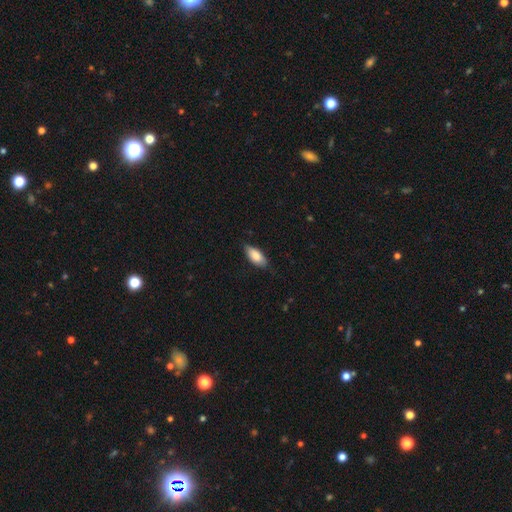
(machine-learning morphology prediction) A smooth galaxy with no disk features (83%) that is in between round and cigar-shaped (87%).

Vote fractions:
- Smooth or featured? smooth: 83% / featured or disk: 11% / star or artifact: 6%
- How rounded? in between: 87% / cigar-shaped: 11% / round: 2%
- Merging? none: 78% / minor disturbance: 18% / major disturbance: 3% / merger: 1%